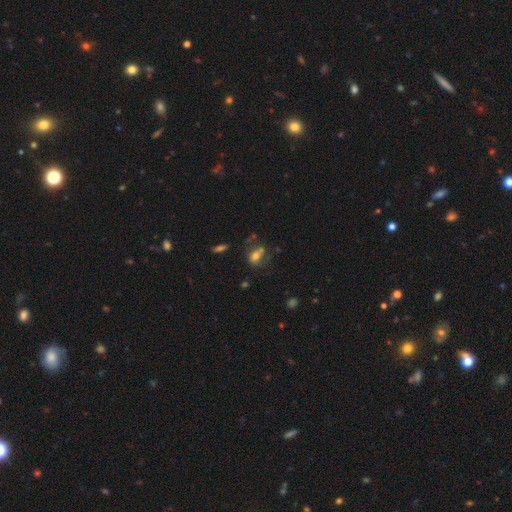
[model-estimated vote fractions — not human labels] Smooth or featured? Predicted: smooth (p=0.61). How rounded? Predicted: in between (p=0.74). Merging? Predicted: none (p=0.48).